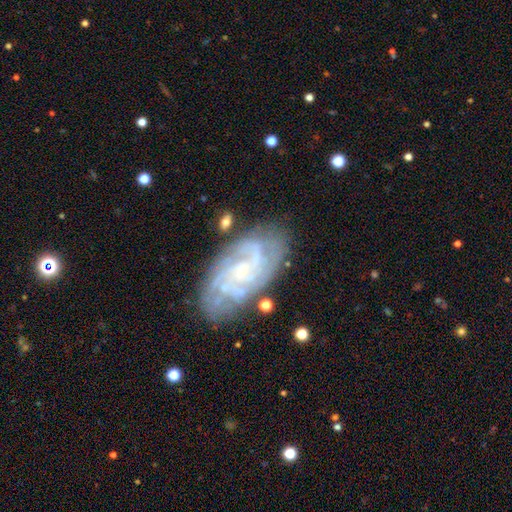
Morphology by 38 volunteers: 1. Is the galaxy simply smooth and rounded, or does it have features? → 84% featured or disk, 11% smooth, 5% star or artifact.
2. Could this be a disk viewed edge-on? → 97% no, 3% yes.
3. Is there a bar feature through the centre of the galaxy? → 74% no, 23% weak, 3% strong.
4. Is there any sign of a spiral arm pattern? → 97% yes, 3% no.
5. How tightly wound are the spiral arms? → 47% tight (tied), 47% medium (tied), 7% loose.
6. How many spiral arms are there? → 37% 4, 23% 3, 23% can't tell, 10% more than 4, 7% 2, 0% 1.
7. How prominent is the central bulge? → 74% small, 13% moderate, 10% none, 3% dominant, 0% large.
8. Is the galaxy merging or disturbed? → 64% none, 19% minor disturbance, 8% major disturbance, 8% merger.